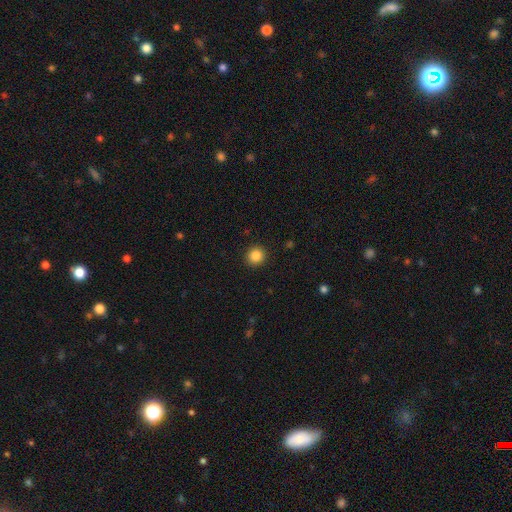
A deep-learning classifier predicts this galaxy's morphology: This appears to be a smooth galaxy with no disk features (86%) that is round (93%). Merging: none (92%).